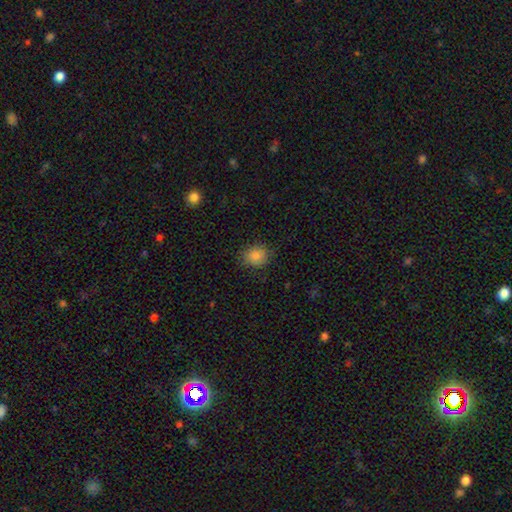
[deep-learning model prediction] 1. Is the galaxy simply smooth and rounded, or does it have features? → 84% smooth, 10% star or artifact, 5% featured or disk.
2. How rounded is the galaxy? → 72% round, 27% in between, 1% cigar-shaped.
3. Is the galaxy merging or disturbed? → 82% none, 13% minor disturbance, 3% major disturbance, 1% merger.